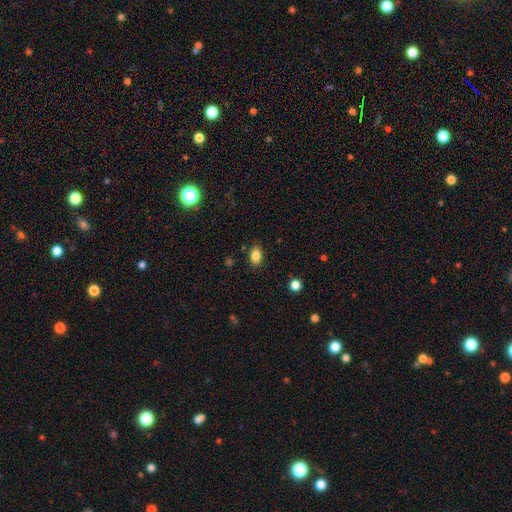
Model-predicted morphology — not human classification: type=smooth (84%); roundness=in between (80%); merging=none (86%).